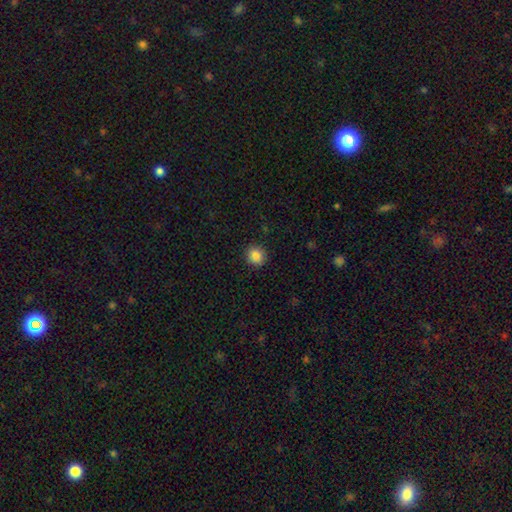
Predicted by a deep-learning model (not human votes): This appears to be a smooth galaxy with no disk features (85%) that is round (91%). Merging: none (91%).